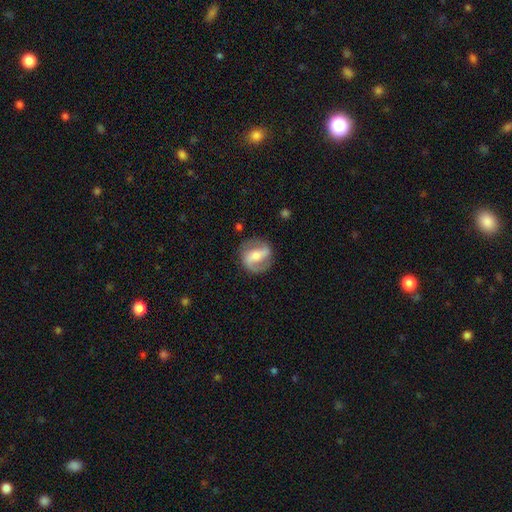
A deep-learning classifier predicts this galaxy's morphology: featured or disk 73%, smooth 21%, star or artifact 6%. Down the decision tree: edge-on disk — no (95%); bar — strong (51%); spiral arms — yes (84%); spiral arm count — 2 (87%); spiral winding — medium (43%); bulge size — moderate (55%); merging — none (79%).